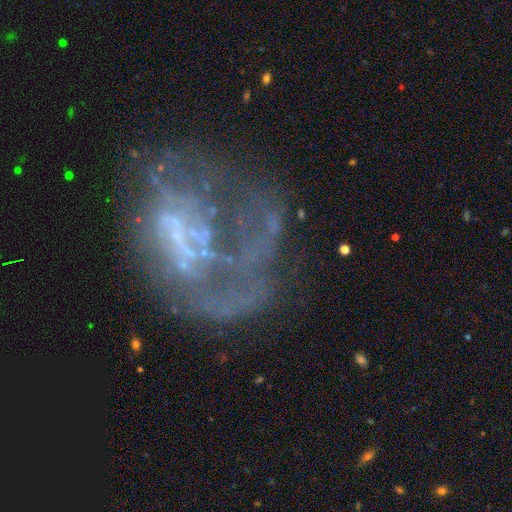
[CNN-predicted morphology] Smooth or featured? featured or disk (69%)
Edge-on disk? no (97%)
Bar? no (73%)
Spiral arms? no (67%)
Bulge size? none (71%)
Merging? major disturbance (50%)